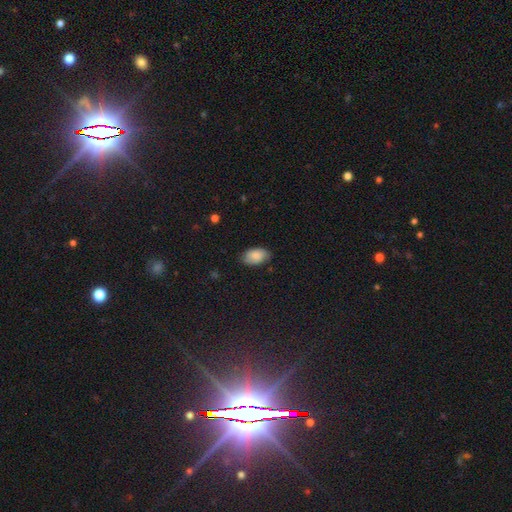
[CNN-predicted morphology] A smooth galaxy with no disk features (83%) that is in between round and cigar-shaped (92%).

Vote fractions:
- Smooth or featured? smooth: 83% / featured or disk: 9% / star or artifact: 7%
- How rounded? in between: 92% / round: 6% / cigar-shaped: 1%
- Merging? none: 78% / minor disturbance: 18% / major disturbance: 3% / merger: 1%